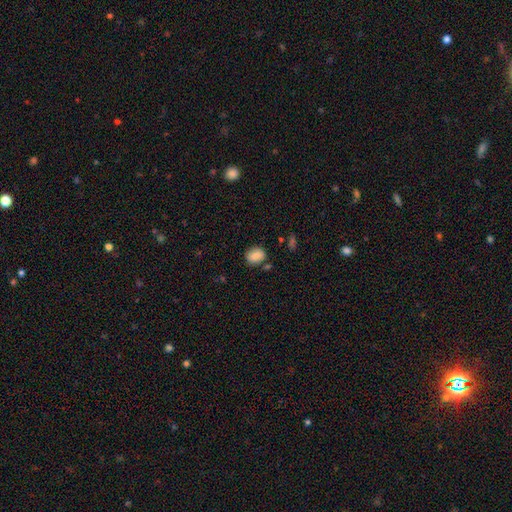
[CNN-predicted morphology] Smooth or featured? smooth (82%)
How rounded? round (55%)
Merging? none (79%)